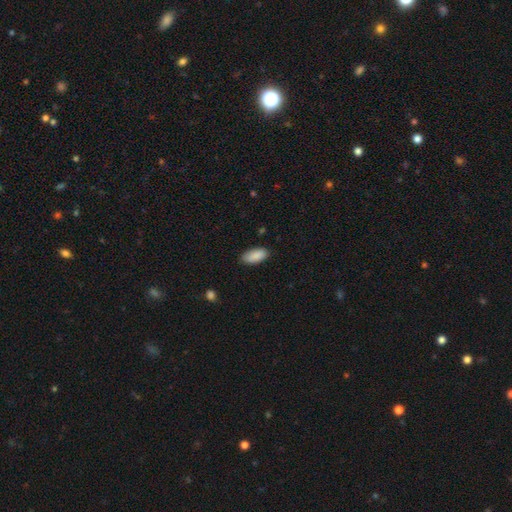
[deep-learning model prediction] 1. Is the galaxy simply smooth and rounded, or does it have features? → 89% smooth, 6% star or artifact, 5% featured or disk.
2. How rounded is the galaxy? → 90% in between, 8% cigar-shaped, 2% round.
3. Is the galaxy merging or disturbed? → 85% none, 11% minor disturbance, 2% major disturbance, 1% merger.